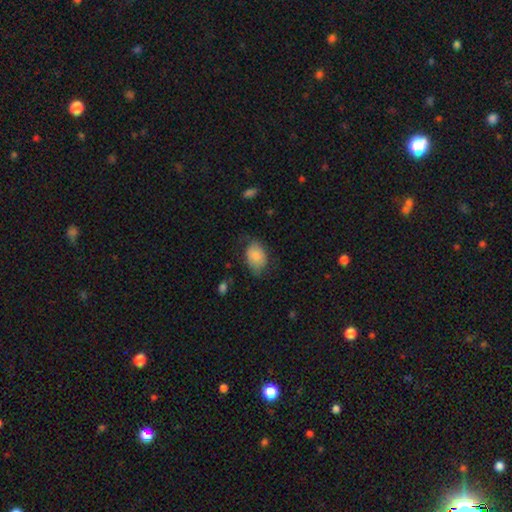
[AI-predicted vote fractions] The model was most divided on "merging": none: 59%, minor disturbance: 29%, major disturbance: 10%, merger: 1%. More confident: how rounded — in between (83%); smooth or featured — smooth (81%).